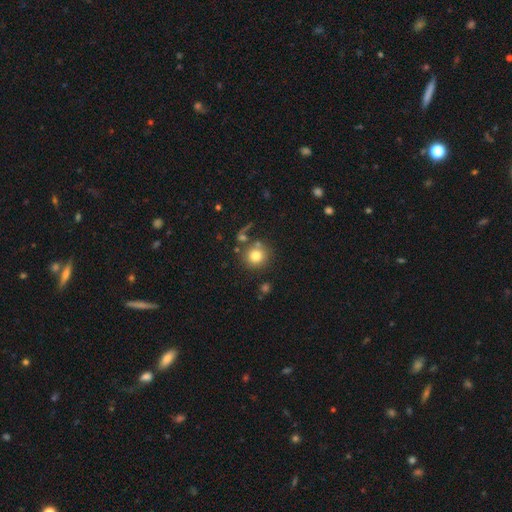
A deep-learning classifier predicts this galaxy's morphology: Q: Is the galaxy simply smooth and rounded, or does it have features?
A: smooth — 79%.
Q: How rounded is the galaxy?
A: round — 91%.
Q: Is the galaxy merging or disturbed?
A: none — 75%.